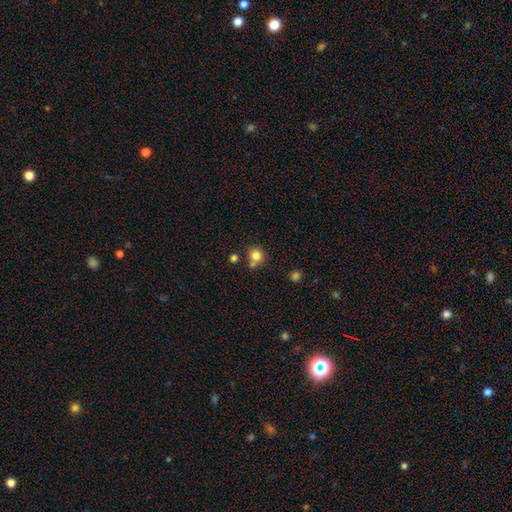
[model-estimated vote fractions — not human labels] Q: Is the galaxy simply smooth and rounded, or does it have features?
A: smooth — 81%.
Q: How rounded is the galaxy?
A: round — 88%.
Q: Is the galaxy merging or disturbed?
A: none — 62%.